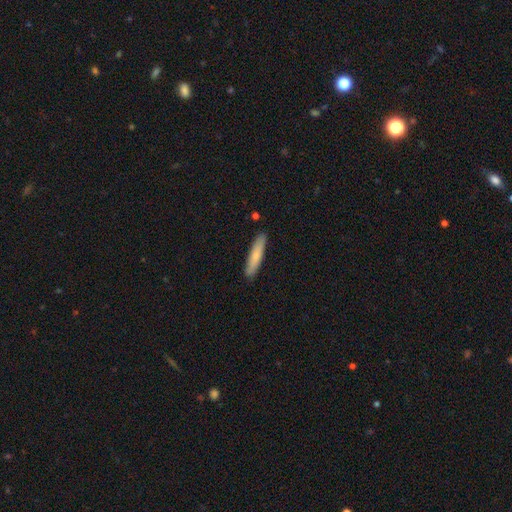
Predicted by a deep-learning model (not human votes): This appears to be a smooth galaxy with no disk features (73%) that is cigar-shaped (88%). Merging: none (89%).